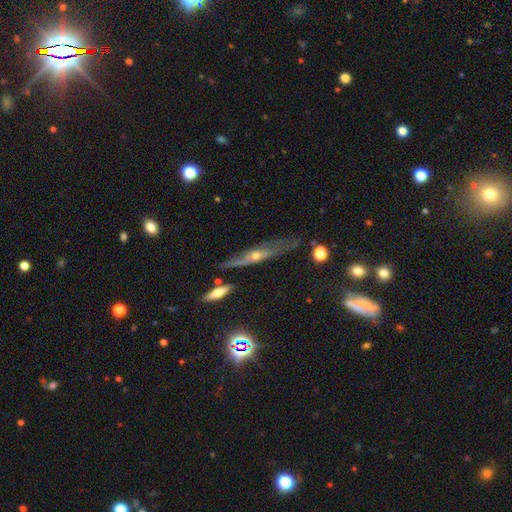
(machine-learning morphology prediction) A featured or disk galaxy (69%) viewed edge-on (84%) with a rounded central bulge (82%).

Vote fractions:
- Smooth or featured? featured or disk: 69% / smooth: 19% / star or artifact: 13%
- Edge-on disk? yes: 84% / no: 16%
- Edge-on bulge? rounded: 82% / none: 13% / boxy: 5%
- Merging? none: 66% / minor disturbance: 20% / major disturbance: 8% / merger: 6%